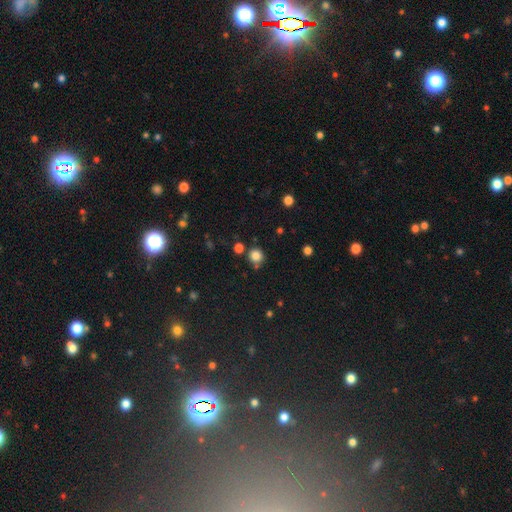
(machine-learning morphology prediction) type=smooth (82%); roundness=round (92%); merging=none (78%).